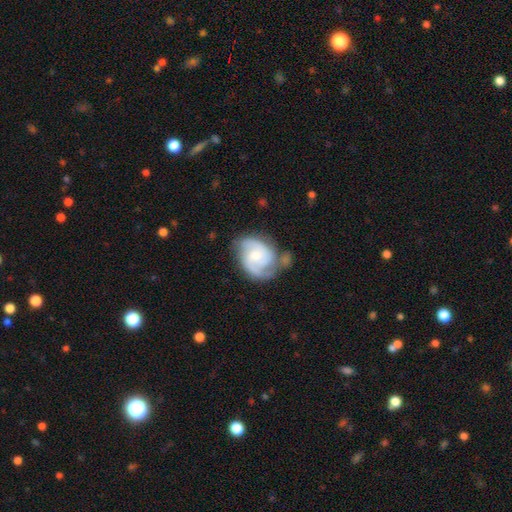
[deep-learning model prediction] Smooth or featured?
  - featured or disk: 80% *
  - smooth: 15%
  - star or artifact: 5%
Edge-on disk?
  - no: 98% *
  - yes: 2%
Bar?
  - no: 61% *
  - weak: 34%
  - strong: 5%
Spiral arms?
  - yes: 95% *
  - no: 5%
Spiral winding?
  - medium: 47% *
  - tight: 39%
  - loose: 14%
Spiral arm count?
  - 2: 64% *
  - 3: 17%
  - can't tell: 11%
  - 1: 4%
  - 4: 2%
  - more than 4: 2%
Bulge size?
  - moderate: 50% *
  - small: 43%
  - large: 4%
  - none: 3%
  - dominant: 1%
Merging?
  - none: 53% *
  - minor disturbance: 26%
  - major disturbance: 12%
  - merger: 9%